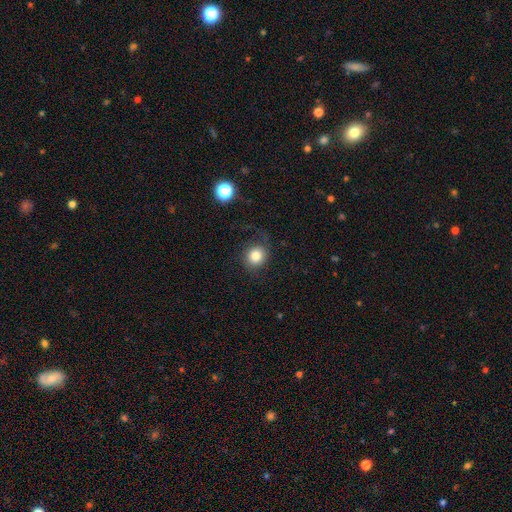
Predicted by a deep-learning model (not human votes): This is likely a smooth galaxy (80%). How rounded: likely round (80%). Merging: likely none (72%).